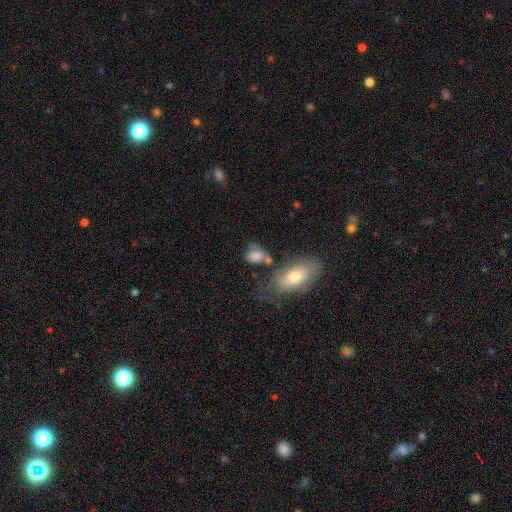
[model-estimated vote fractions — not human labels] smooth 77%, featured or disk 13%, star or artifact 10%. Down the decision tree: how rounded — in between (79%); merging — none (42%).